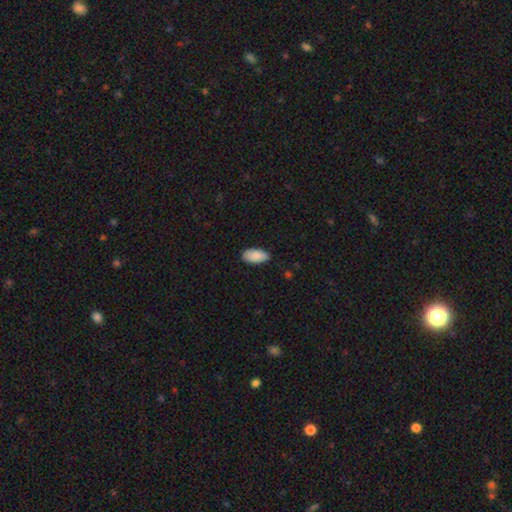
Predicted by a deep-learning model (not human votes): Q: Smooth or featured?
A: smooth (88%); runner-up: star or artifact (6%)
Q: How rounded?
A: in between (94%); runner-up: cigar-shaped (4%)
Q: Merging?
A: none (79%); runner-up: minor disturbance (17%)